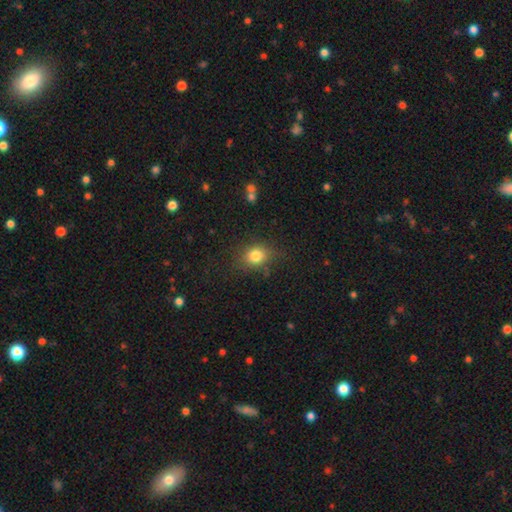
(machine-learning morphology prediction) Smooth or featured: smooth — 81% (star or artifact — 12%)
How rounded: round — 60% (in between — 39%)
Merging: none — 76% (minor disturbance — 17%)